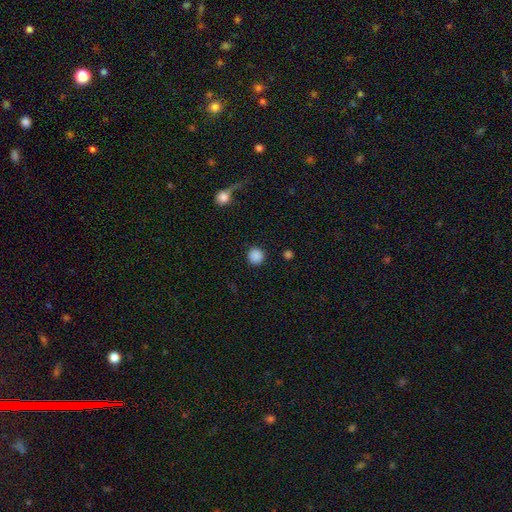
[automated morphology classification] Smooth or featured? smooth (88%)
How rounded? round (93%)
Merging? none (90%)